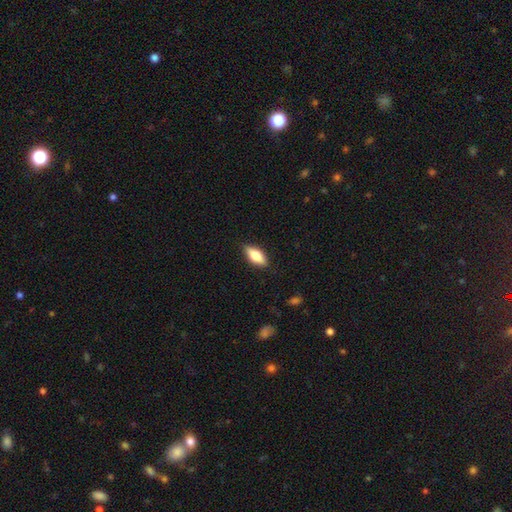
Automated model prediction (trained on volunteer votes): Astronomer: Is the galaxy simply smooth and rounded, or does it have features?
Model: smooth — 68%.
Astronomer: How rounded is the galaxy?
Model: in between — 78%.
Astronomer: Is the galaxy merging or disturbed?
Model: none — 84%.